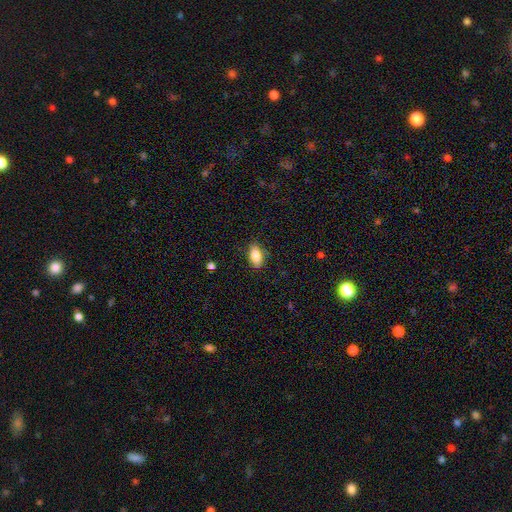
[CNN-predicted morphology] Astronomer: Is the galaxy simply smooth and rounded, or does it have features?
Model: smooth — 87%.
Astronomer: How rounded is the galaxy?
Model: in between — 92%.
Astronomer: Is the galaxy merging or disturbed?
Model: none — 84%.